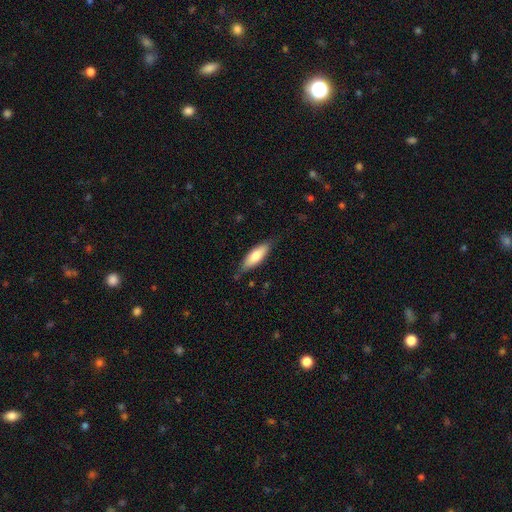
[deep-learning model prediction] Overall: smooth (75%). How rounded: in between (56%; cigar-shaped 43%). Merging: none (78%).